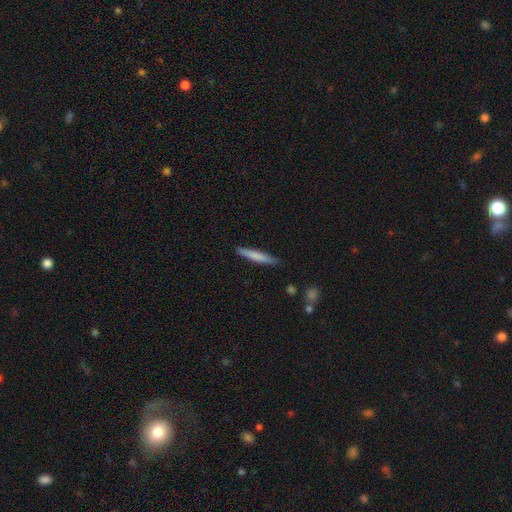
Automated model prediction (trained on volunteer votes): A smooth galaxy with no disk features (73%) that is cigar-shaped (95%). Merging: none (87%).